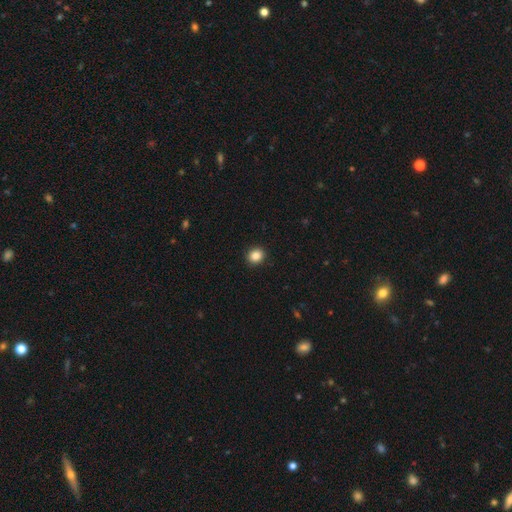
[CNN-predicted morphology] smooth 86%, star or artifact 10%, featured or disk 4%. Down the decision tree: how rounded — round (74%); merging — none (92%).